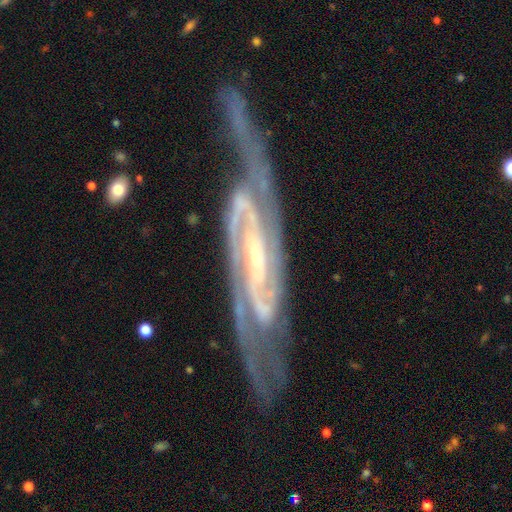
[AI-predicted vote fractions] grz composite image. It shows a featured or disk galaxy (92%) with a strong bar (51%), 2 (83%) tight (49%) spiral arms (98%) and a small central bulge (75%). Merging: none (64%).